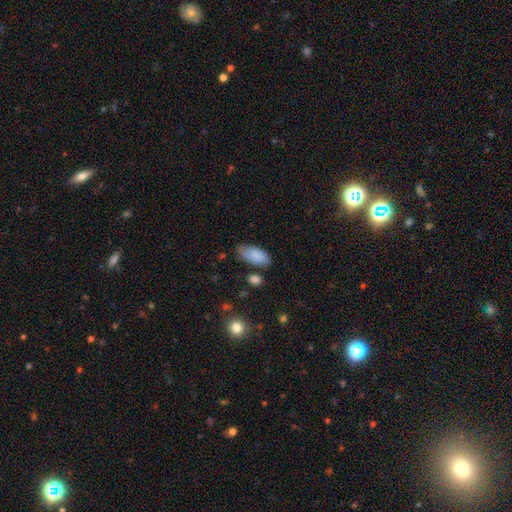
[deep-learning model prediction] Smooth or featured?
  - smooth: 79% *
  - featured or disk: 14%
  - star or artifact: 7%
How rounded?
  - in between: 91% *
  - cigar-shaped: 6%
  - round: 3%
Merging?
  - none: 55% *
  - minor disturbance: 30%
  - major disturbance: 8%
  - merger: 6%